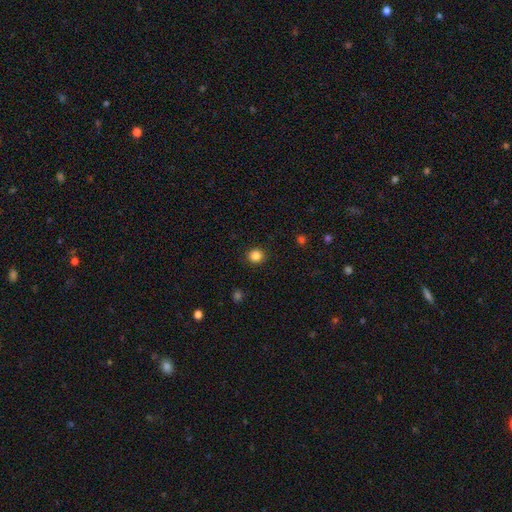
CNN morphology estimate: type=smooth (85%); roundness=round (90%); merging=none (92%).